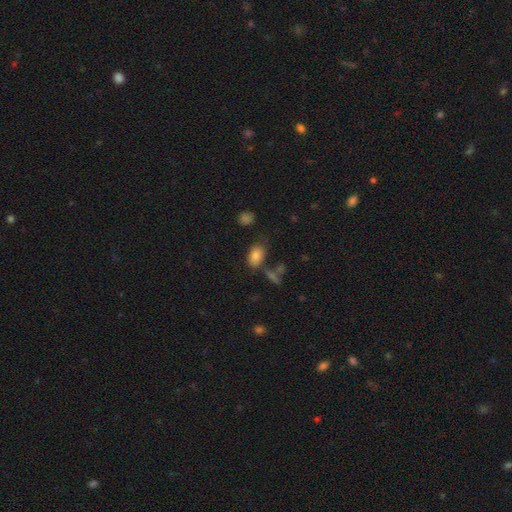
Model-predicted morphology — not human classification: This is clearly a smooth galaxy (84%). How rounded: clearly in between (90%). Merging: likely none (67%).